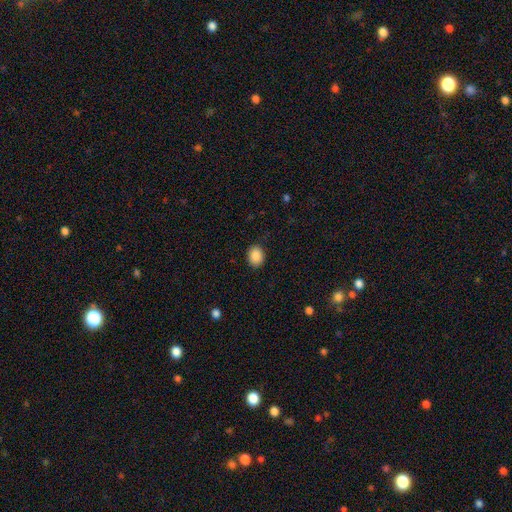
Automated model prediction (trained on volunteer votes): smooth_or_featured: smooth (p=0.89) [alt: star or artifact p=0.08]
how_rounded: in between (p=0.58) [alt: round p=0.41]
merging: none (p=0.88) [alt: minor disturbance p=0.09]